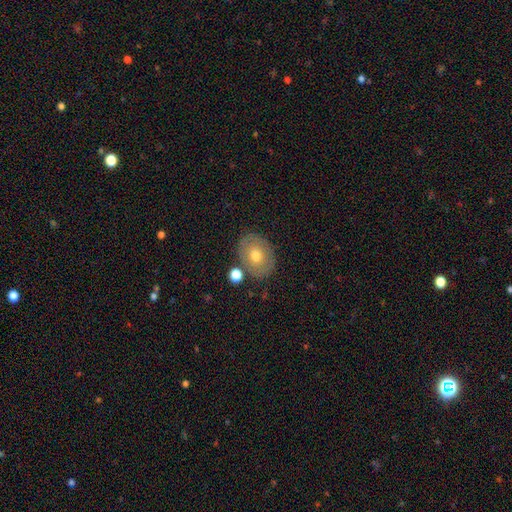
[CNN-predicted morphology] Smooth or featured? Predicted: smooth (p=0.62). How rounded? Predicted: in between (p=0.61). Merging? Predicted: none (p=0.78).